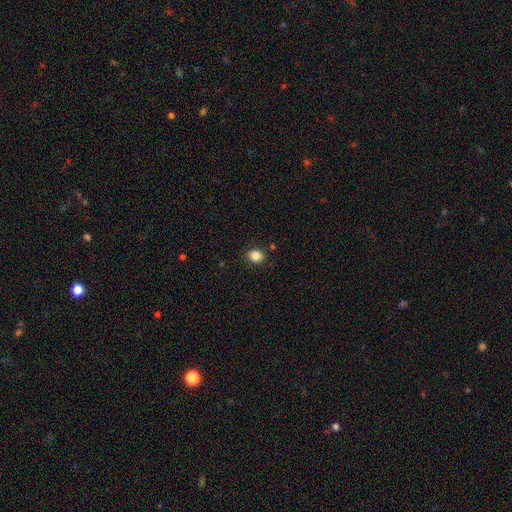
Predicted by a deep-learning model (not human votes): Smooth or featured: smooth — 85% (star or artifact — 10%)
How rounded: round — 66% (in between — 34%)
Merging: none — 87% (minor disturbance — 9%)